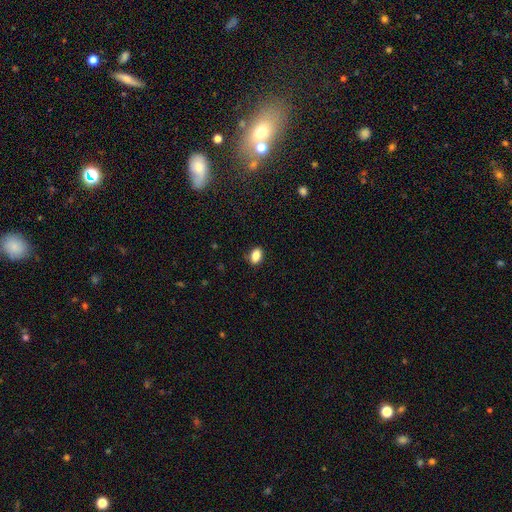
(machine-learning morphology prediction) smooth_or_featured: smooth (p=0.85) [alt: star or artifact p=0.09]
how_rounded: in between (p=0.84) [alt: round p=0.14]
merging: none (p=0.85) [alt: minor disturbance p=0.12]